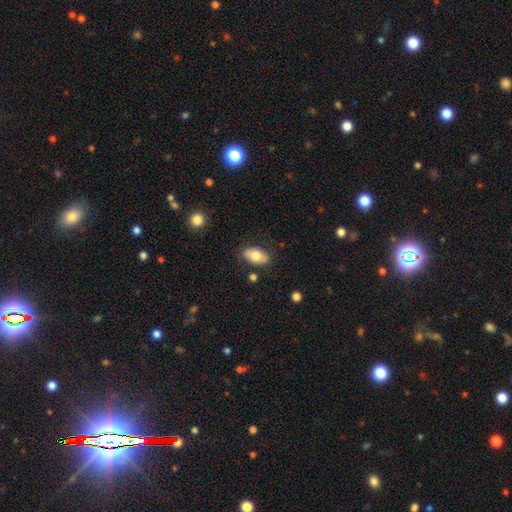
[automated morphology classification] Smooth or featured?
  - smooth: 75% *
  - featured or disk: 18%
  - star or artifact: 7%
How rounded?
  - in between: 92% *
  - round: 6%
  - cigar-shaped: 2%
Merging?
  - none: 82% *
  - minor disturbance: 12%
  - major disturbance: 3%
  - merger: 2%